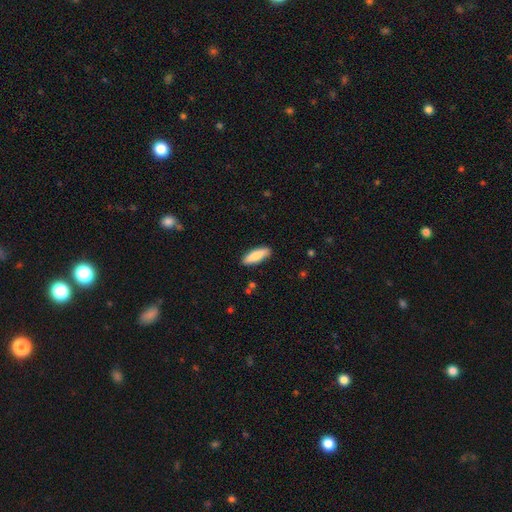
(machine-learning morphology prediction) Overall: smooth (82%). How rounded: in between (52%; cigar-shaped 47%). Merging: none (87%).